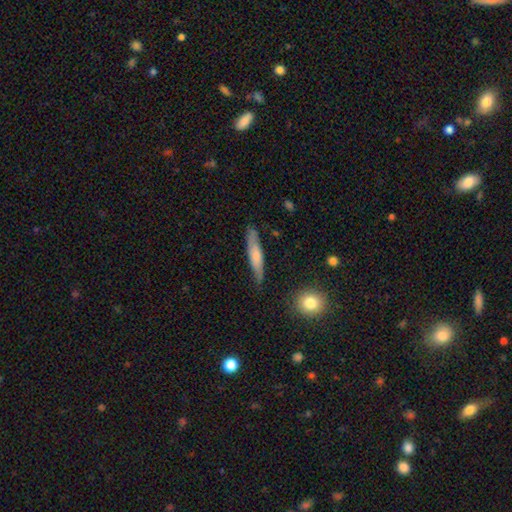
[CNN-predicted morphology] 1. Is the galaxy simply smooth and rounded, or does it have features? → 63% smooth, 32% featured or disk, 6% star or artifact.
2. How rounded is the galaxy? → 85% cigar-shaped, 13% in between, 2% round.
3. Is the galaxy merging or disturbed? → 79% none, 16% minor disturbance, 3% major disturbance, 2% merger.